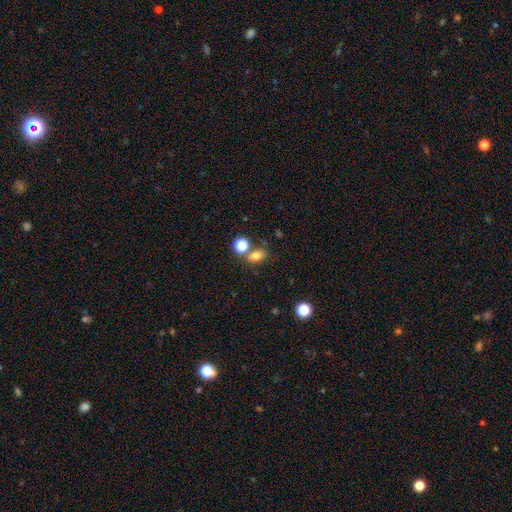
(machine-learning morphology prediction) smooth 77%, star or artifact 14%, featured or disk 9%. Down the decision tree: how rounded — in between (73%); merging — none (62%).